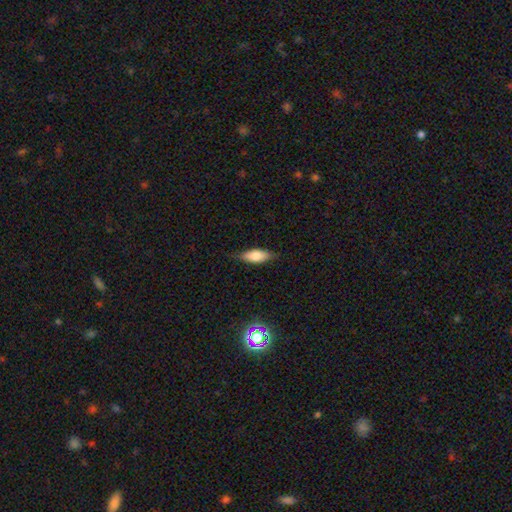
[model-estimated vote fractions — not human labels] smooth 69%, featured or disk 23%, star or artifact 8%. Down the decision tree: how rounded — in between (70%); merging — none (78%).